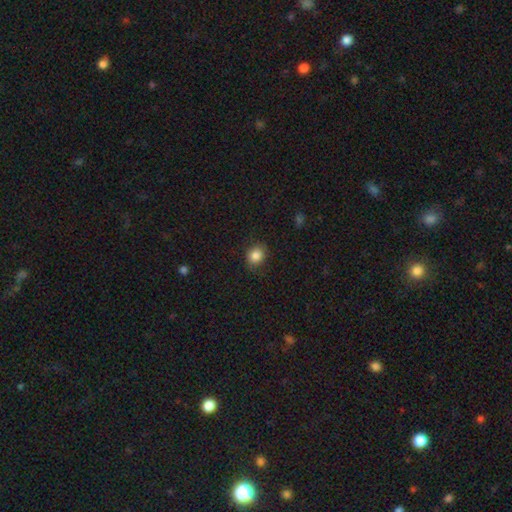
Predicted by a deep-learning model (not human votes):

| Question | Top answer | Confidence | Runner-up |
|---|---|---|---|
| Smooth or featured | smooth | 85% | star or artifact (10%) |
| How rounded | round | 70% | in between (29%) |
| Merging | none | 82% | minor disturbance (14%) |